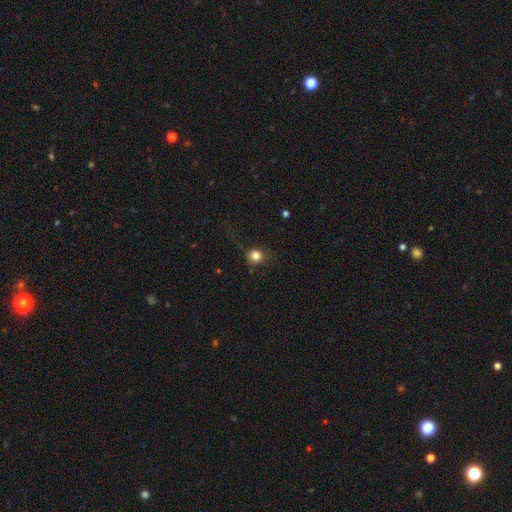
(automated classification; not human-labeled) smooth_or_featured: smooth (p=0.81) [alt: star or artifact p=0.12]
how_rounded: round (p=0.86) [alt: in between p=0.12]
merging: none (p=0.68) [alt: minor disturbance p=0.18]